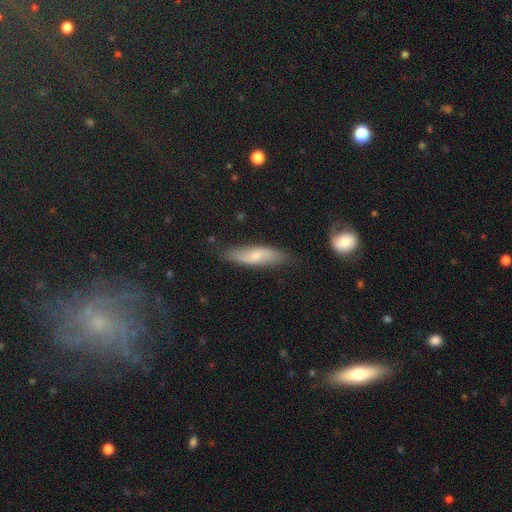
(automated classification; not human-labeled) Smooth or featured? Predicted: smooth (p=0.53). How rounded? Predicted: cigar-shaped (p=0.61). Merging? Predicted: none (p=0.77).